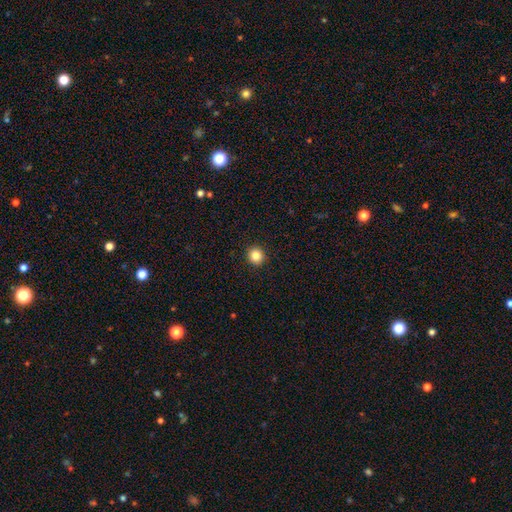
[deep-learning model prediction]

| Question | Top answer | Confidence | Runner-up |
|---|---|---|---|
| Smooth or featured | smooth | 85% | star or artifact (11%) |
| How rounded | round | 91% | in between (8%) |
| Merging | none | 93% | minor disturbance (4%) |